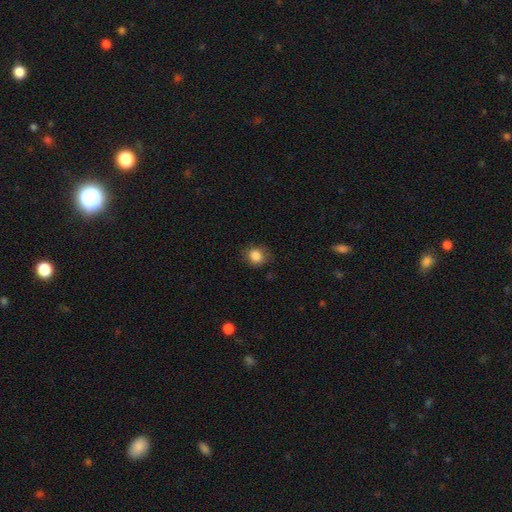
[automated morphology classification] smooth 85%, star or artifact 9%, featured or disk 5%. Down the decision tree: how rounded — round (73%); merging — none (77%).